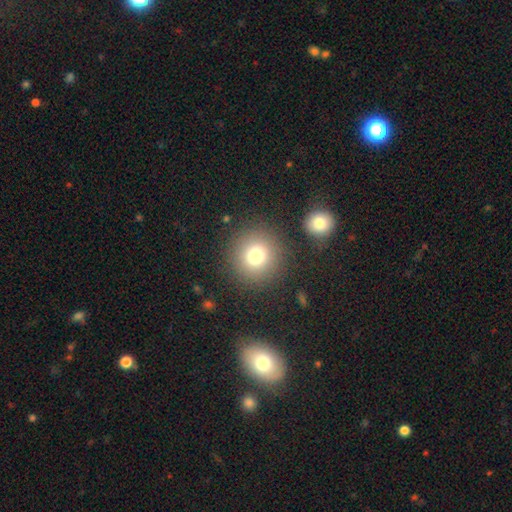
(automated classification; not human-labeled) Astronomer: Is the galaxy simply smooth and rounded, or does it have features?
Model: smooth — 76%.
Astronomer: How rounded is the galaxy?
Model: round — 93%.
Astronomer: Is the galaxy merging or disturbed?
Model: none — 86%.